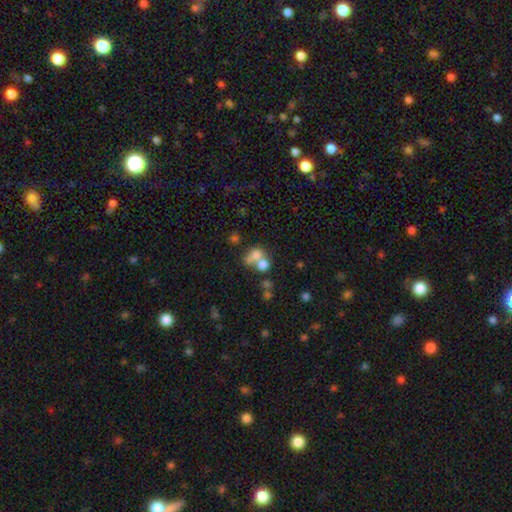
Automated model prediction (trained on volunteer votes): Smooth or featured? smooth (68%)
How rounded? round (62%)
Merging? merger (62%)